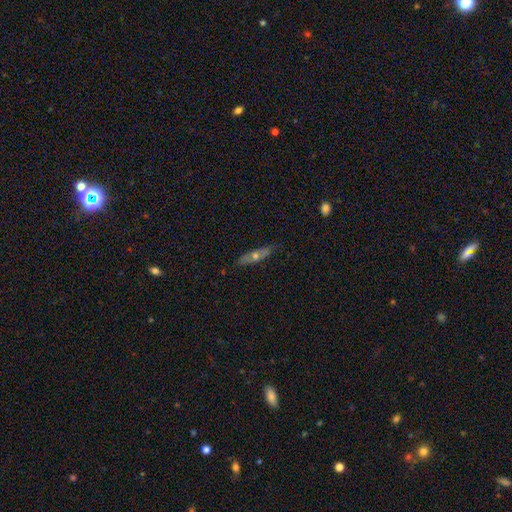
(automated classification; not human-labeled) A featured or disk galaxy (54%) viewed edge-on (63%).

Vote fractions:
- Smooth or featured? featured or disk: 54% / smooth: 38% / star or artifact: 8%
- Edge-on disk? yes: 63% / no: 37%
- Merging? none: 82% / minor disturbance: 14% / major disturbance: 2% / merger: 1%